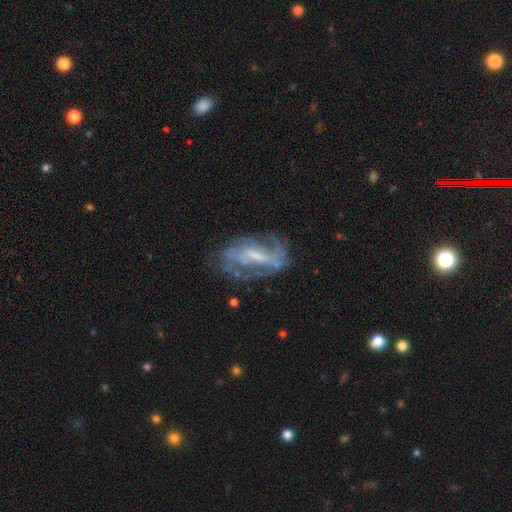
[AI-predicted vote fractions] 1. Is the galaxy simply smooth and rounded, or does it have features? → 76% featured or disk, 15% smooth, 9% star or artifact.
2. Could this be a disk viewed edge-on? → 93% no, 7% yes.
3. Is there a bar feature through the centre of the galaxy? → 44% weak, 34% strong, 22% no.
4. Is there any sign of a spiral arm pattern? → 80% yes, 20% no.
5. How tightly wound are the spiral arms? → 43% medium, 30% tight, 27% loose.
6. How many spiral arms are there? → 53% 2, 28% can't tell, 8% 3, 5% 1, 3% 4, 2% more than 4.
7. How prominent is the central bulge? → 40% small, 35% moderate, 19% none, 5% large, 1% dominant.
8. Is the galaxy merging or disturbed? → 62% none, 20% minor disturbance, 15% major disturbance, 3% merger.